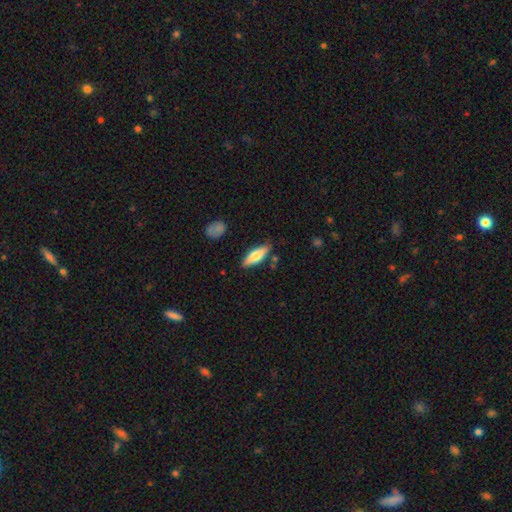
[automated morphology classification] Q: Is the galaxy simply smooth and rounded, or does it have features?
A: smooth — 61%.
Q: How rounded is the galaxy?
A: in between — 49%, tied with cigar-shaped.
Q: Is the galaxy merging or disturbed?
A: none — 81%.